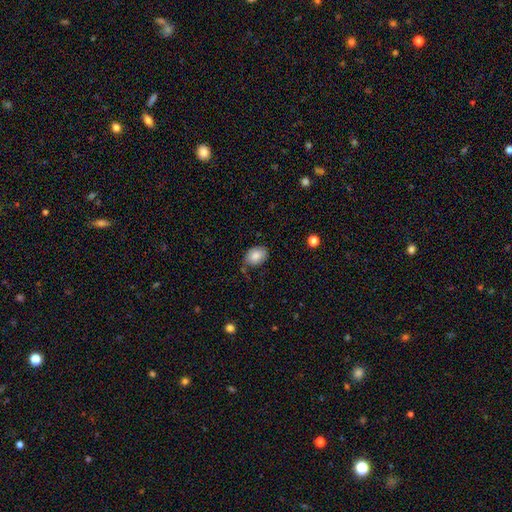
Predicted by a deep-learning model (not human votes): Overall: smooth (85%). How rounded: in between (72%). Merging: none (69%).